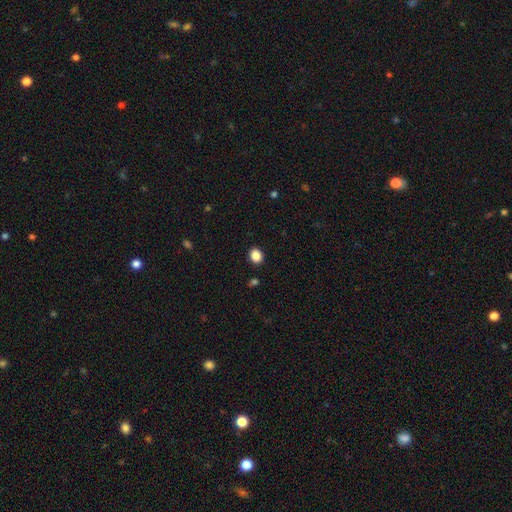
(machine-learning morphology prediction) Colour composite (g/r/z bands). It shows a smooth galaxy with no disk features (87%) that is round (55%). Merging: none (90%).